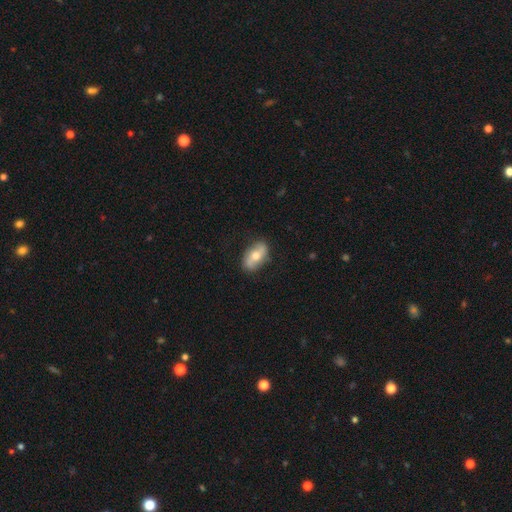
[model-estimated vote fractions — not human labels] A smooth galaxy with no disk features (49%).

Vote fractions:
- Smooth or featured? smooth: 49% / featured or disk: 45% / star or artifact: 6%
- Merging? none: 82% / minor disturbance: 13% / major disturbance: 3% / merger: 1%